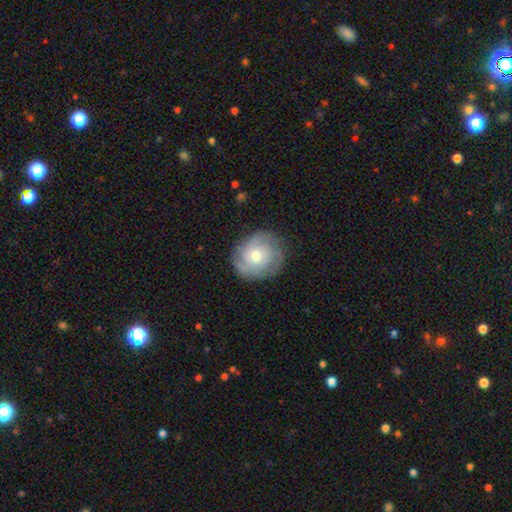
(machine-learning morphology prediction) Smooth or featured?
  - featured or disk: 64% *
  - smooth: 29%
  - star or artifact: 7%
Edge-on disk?
  - no: 97% *
  - yes: 3%
Bar?
  - no: 81% *
  - weak: 16%
  - strong: 3%
Spiral arms?
  - yes: 87% *
  - no: 13%
Spiral winding?
  - tight: 60% *
  - medium: 30%
  - loose: 10%
Spiral arm count?
  - can't tell: 35% *
  - 3: 27%
  - 2: 15%
  - 4: 13%
  - more than 4: 5%
  - 1: 5%
Bulge size?
  - moderate: 56% *
  - small: 39%
  - large: 3%
  - none: 1%
  - dominant: 1%
Merging?
  - none: 79% *
  - minor disturbance: 15%
  - major disturbance: 5%
  - merger: 1%